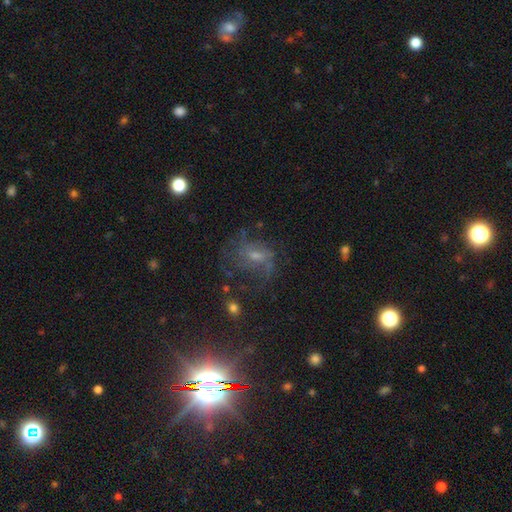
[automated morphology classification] smooth_or_featured: featured or disk (p=0.53) [alt: smooth p=0.26]
disk_edge_on: no (p=0.96) [alt: yes p=0.04]
bar: no (p=0.50) [alt: weak p=0.41]
has_spiral_arms: yes (p=0.66) [alt: no p=0.34]
bulge_size: small (p=0.46) [alt: moderate p=0.36]
merging: none (p=0.48) [alt: major disturbance p=0.29]